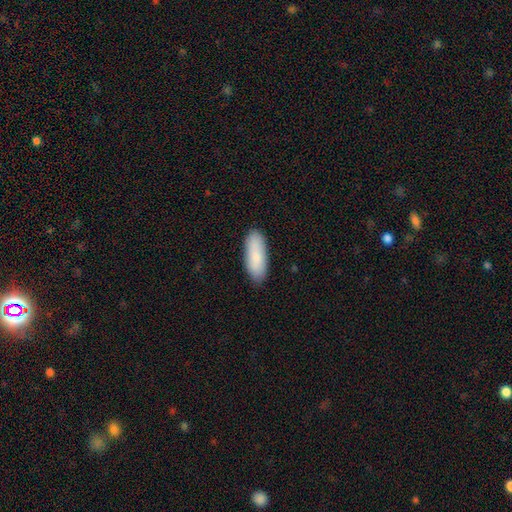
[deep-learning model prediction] Morphology: type=smooth (85%); roundness=in between (72%); merging=none (87%).